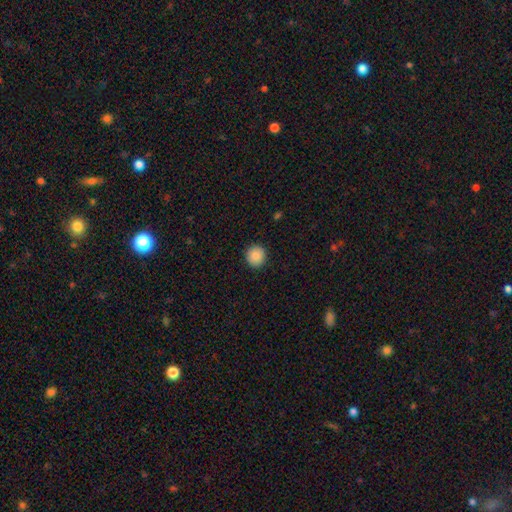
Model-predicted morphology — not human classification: A smooth galaxy with no disk features (89%) that is round (91%).

Vote fractions:
- Smooth or featured? smooth: 89% / star or artifact: 8% / featured or disk: 3%
- How rounded? round: 91% / in between: 8% / cigar-shaped: 1%
- Merging? none: 92% / minor disturbance: 5% / major disturbance: 2% / merger: 1%